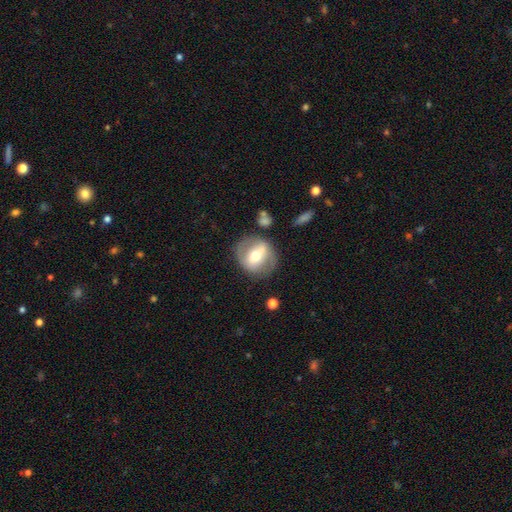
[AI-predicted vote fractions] Smooth or featured?
  - featured or disk: 57% *
  - smooth: 36%
  - star or artifact: 7%
Edge-on disk?
  - no: 92% *
  - yes: 8%
Bar?
  - strong: 45% *
  - weak: 33%
  - no: 22%
Spiral arms?
  - no: 59% *
  - yes: 41%
Bulge size?
  - moderate: 70% *
  - small: 16%
  - large: 12%
  - dominant: 1%
  - none: 1%
Merging?
  - none: 75% *
  - minor disturbance: 14%
  - major disturbance: 8%
  - merger: 3%